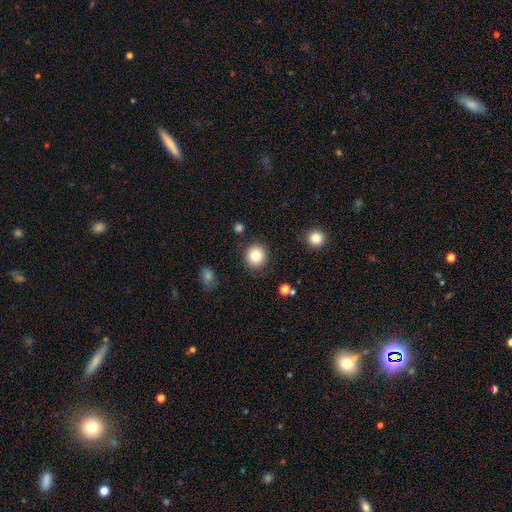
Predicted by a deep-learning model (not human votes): A smooth galaxy with no disk features (82%) that is round (91%).

Vote fractions:
- Smooth or featured? smooth: 82% / star or artifact: 10% / featured or disk: 8%
- How rounded? round: 91% / in between: 8% / cigar-shaped: 1%
- Merging? none: 89% / minor disturbance: 7% / major disturbance: 2% / merger: 2%